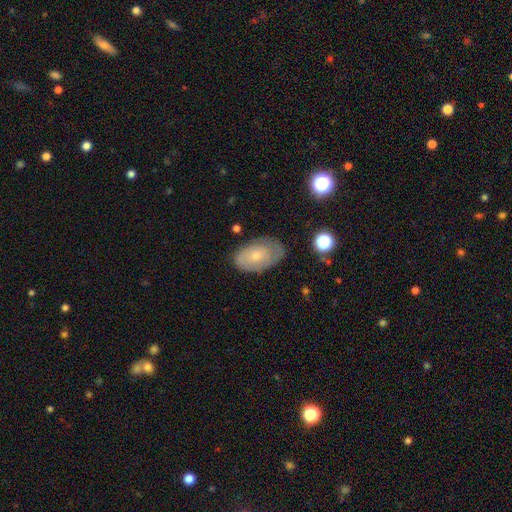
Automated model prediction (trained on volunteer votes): Smooth or featured? smooth (55%)
How rounded? in between (91%)
Merging? none (67%)